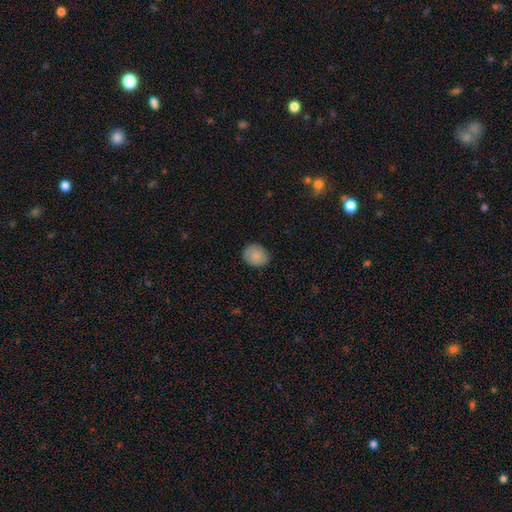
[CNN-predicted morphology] smooth-or-featured: smooth: 84% | featured or disk: 8% | star or artifact: 7%
  how-rounded: round: 65% | in between: 34% | cigar-shaped: 1%
  merging: none: 83% | minor disturbance: 13% | major disturbance: 2% | merger: 1%